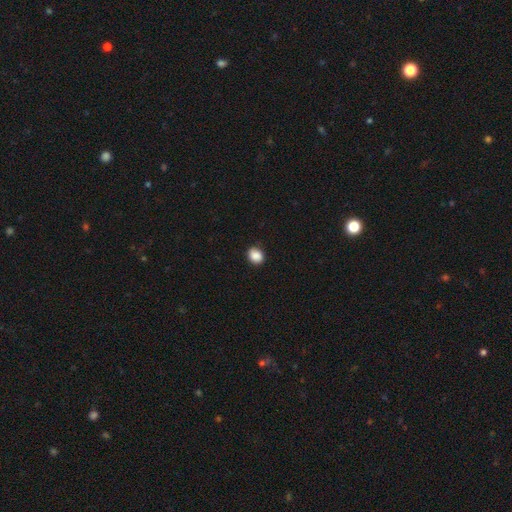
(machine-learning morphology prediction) Q: Smooth or featured?
A: smooth (88%); runner-up: star or artifact (9%)
Q: How rounded?
A: round (61%); runner-up: in between (38%)
Q: Merging?
A: none (86%); runner-up: minor disturbance (11%)